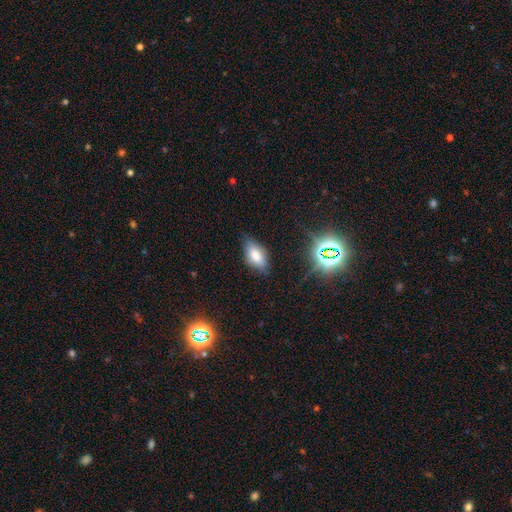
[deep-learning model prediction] smooth-or-featured: smooth: 77% | featured or disk: 12% | star or artifact: 11%
  how-rounded: in between: 90% | cigar-shaped: 6% | round: 4%
  merging: none: 74% | minor disturbance: 21% | major disturbance: 4% | merger: 2%